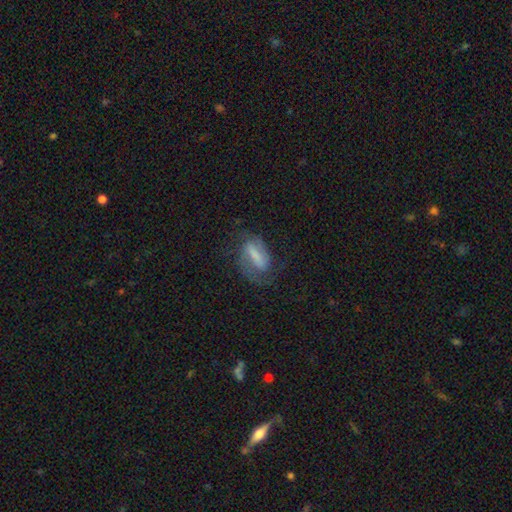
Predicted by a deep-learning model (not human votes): Overall: featured or disk (61%; smooth 31%). Edge-on disk: no (92%). Bar: strong (52%; weak 33%). Spiral arms: yes (83%). Bulge size: small (31%; none 27%). Merging: none (53%; major disturbance 25%).